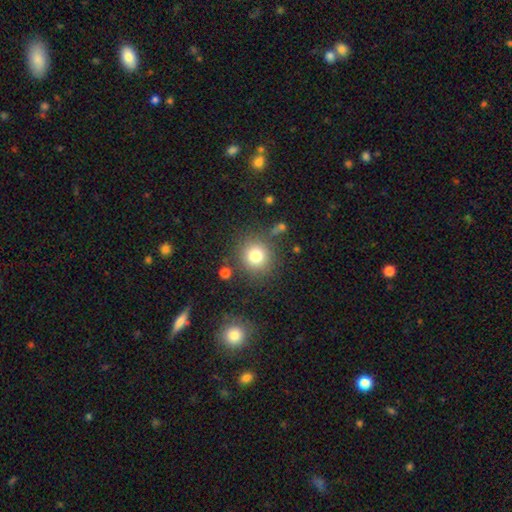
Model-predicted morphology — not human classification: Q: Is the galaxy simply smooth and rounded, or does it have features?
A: smooth — 79%.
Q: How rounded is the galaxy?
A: round — 90%.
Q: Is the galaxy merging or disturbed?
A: none — 81%.